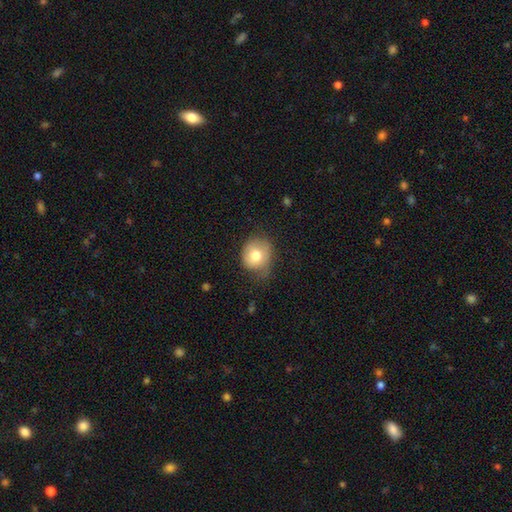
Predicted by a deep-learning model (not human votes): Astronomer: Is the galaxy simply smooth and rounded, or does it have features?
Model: smooth — 74%.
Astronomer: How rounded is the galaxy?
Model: round — 70%.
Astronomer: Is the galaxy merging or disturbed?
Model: none — 48% (runner-up: minor disturbance, 37%).